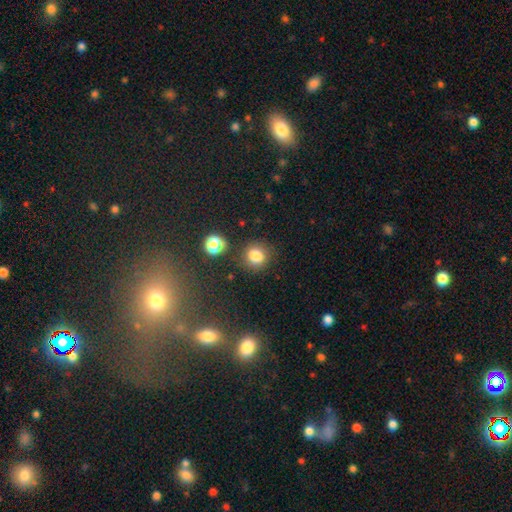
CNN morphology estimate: A smooth galaxy with no disk features (81%) that is round (86%). Merging: none (82%).